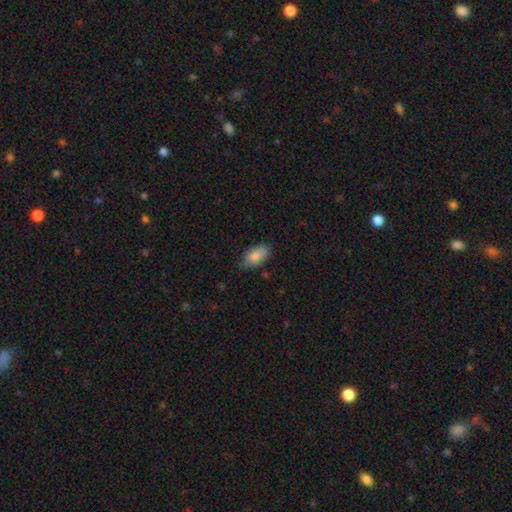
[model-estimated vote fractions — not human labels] Overall: smooth (85%). How rounded: in between (92%). Merging: none (74%).